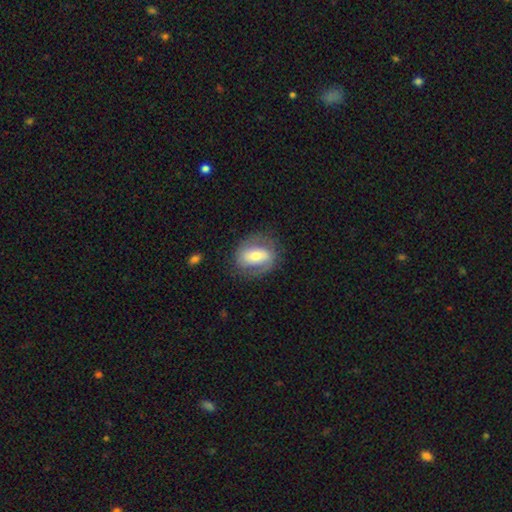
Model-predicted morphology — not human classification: Smooth or featured?
  - featured or disk: 54% *
  - smooth: 39%
  - star or artifact: 7%
Edge-on disk?
  - no: 93% *
  - yes: 7%
Bar?
  - strong: 38% *
  - weak: 32%
  - no: 30%
Spiral arms?
  - yes: 64% *
  - no: 36%
Bulge size?
  - moderate: 61% *
  - small: 27%
  - large: 10%
  - dominant: 2%
  - none: 1%
Merging?
  - none: 75% *
  - minor disturbance: 16%
  - major disturbance: 8%
  - merger: 1%